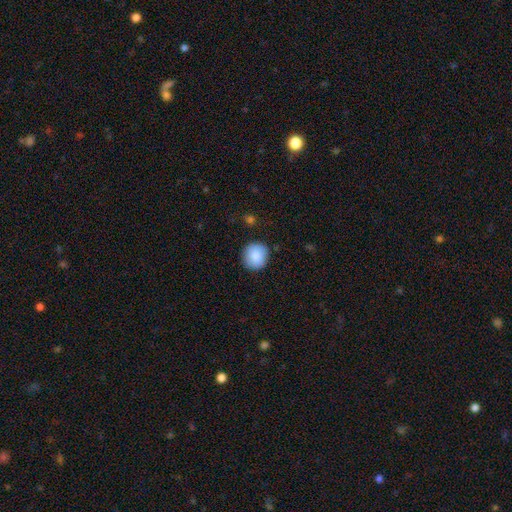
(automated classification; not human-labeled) The model was most divided on "smooth or featured": smooth: 85%, star or artifact: 8%, featured or disk: 7%. More confident: how rounded — round (91%); merging — none (87%).